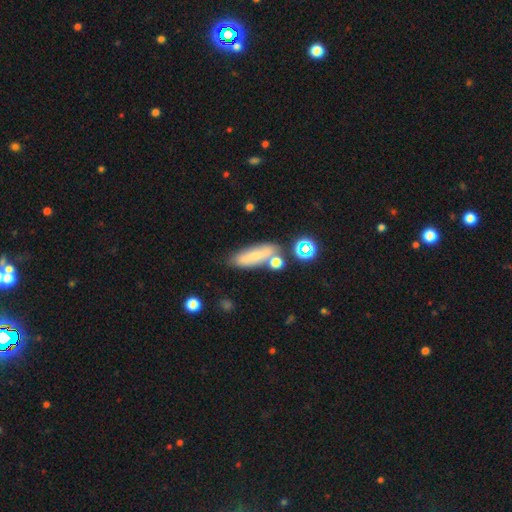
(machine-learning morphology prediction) type=smooth (63%); roundness=cigar-shaped (48%); merging=none (61%).